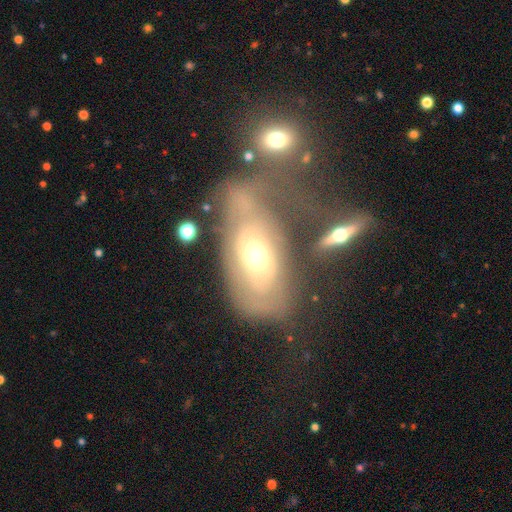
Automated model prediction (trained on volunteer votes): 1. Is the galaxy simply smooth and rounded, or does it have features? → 64% featured or disk, 28% smooth, 8% star or artifact.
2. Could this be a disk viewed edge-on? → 89% no, 11% yes.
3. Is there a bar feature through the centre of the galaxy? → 76% no, 19% weak, 5% strong.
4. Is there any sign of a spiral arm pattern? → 61% yes, 39% no.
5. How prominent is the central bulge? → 68% moderate, 19% small, 10% large, 1% dominant, 1% none.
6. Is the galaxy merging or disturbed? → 35% none, 23% major disturbance, 21% minor disturbance, 21% merger.